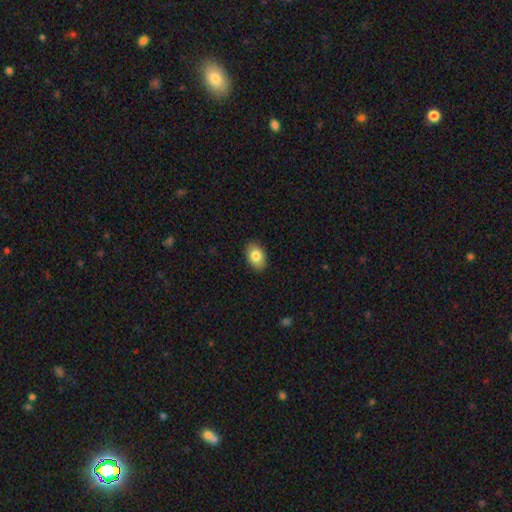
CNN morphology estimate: This appears to be a smooth galaxy with no disk features (83%) that is in between round and cigar-shaped (85%). Merging: none (88%).